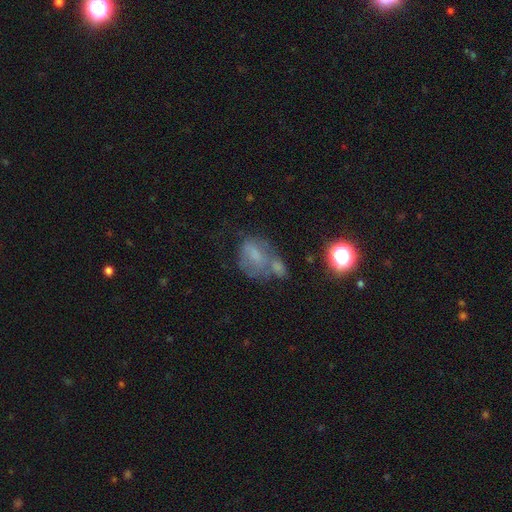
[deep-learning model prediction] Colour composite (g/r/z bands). It shows a smooth galaxy with no disk features (45%). Merging: merger (31%).